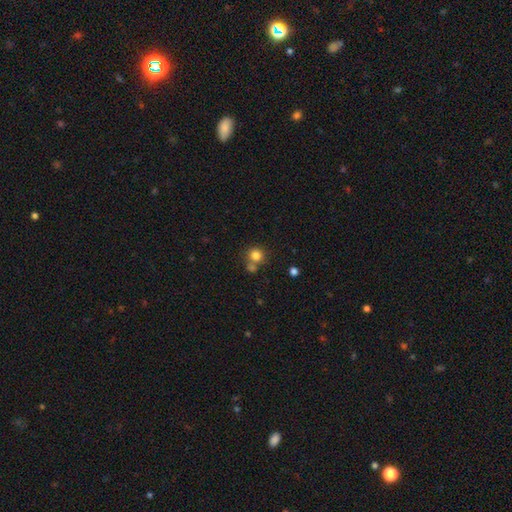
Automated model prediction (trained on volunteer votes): This appears to be a smooth galaxy with no disk features (81%) that is round (89%). Merging: none (62%).